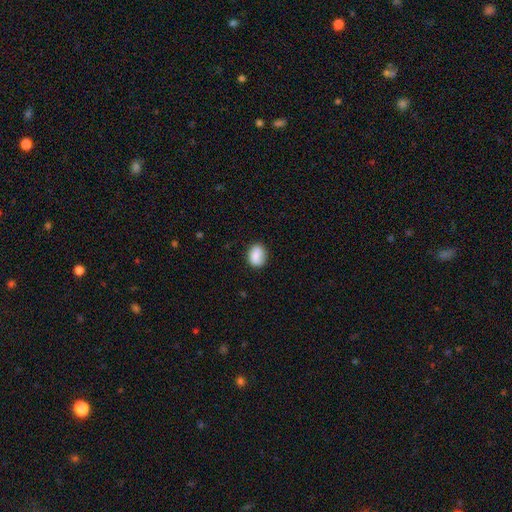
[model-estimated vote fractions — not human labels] This is clearly a smooth galaxy (82%). How rounded: likely in between (62%). Merging: likely none (80%).